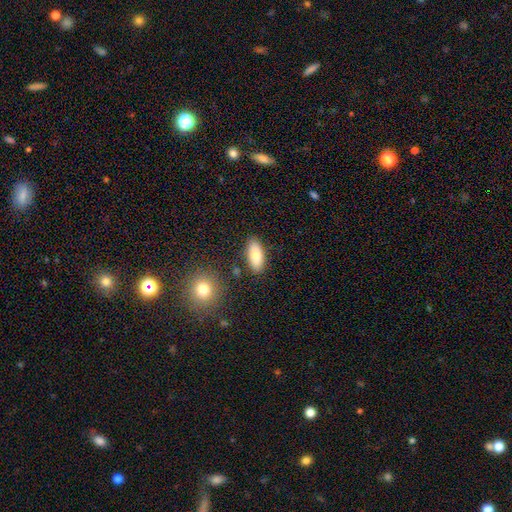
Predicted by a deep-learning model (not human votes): Smooth or featured: smooth — 80% (featured or disk — 13%)
How rounded: in between — 85% (cigar-shaped — 12%)
Merging: none — 83% (minor disturbance — 11%)